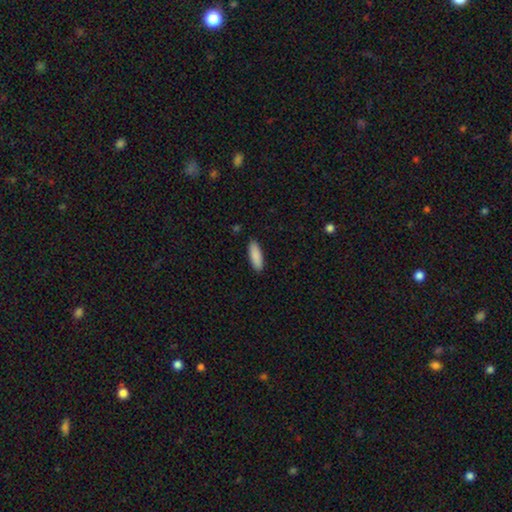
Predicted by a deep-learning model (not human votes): Overall: smooth (90%). How rounded: in between (59%; cigar-shaped 40%). Merging: none (90%).